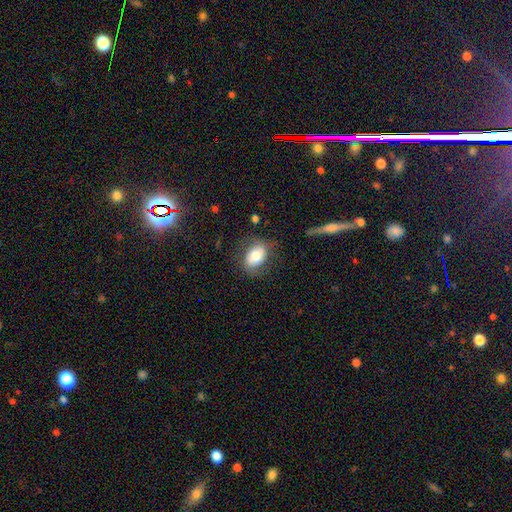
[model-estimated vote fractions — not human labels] A smooth galaxy with no disk features (68%) that is in between round and cigar-shaped (80%). Merging: none (67%).